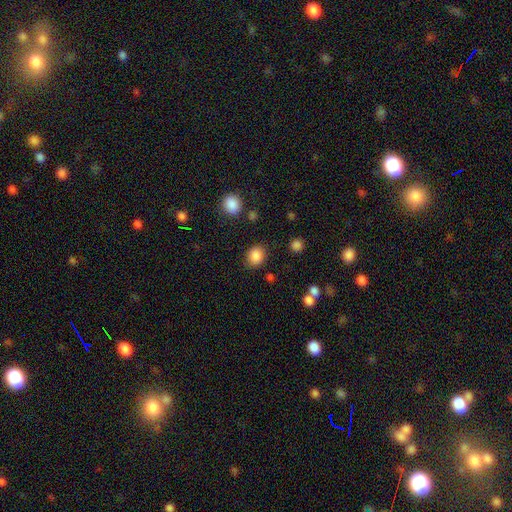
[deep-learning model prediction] Smooth or featured? smooth (86%)
How rounded? round (65%)
Merging? none (83%)